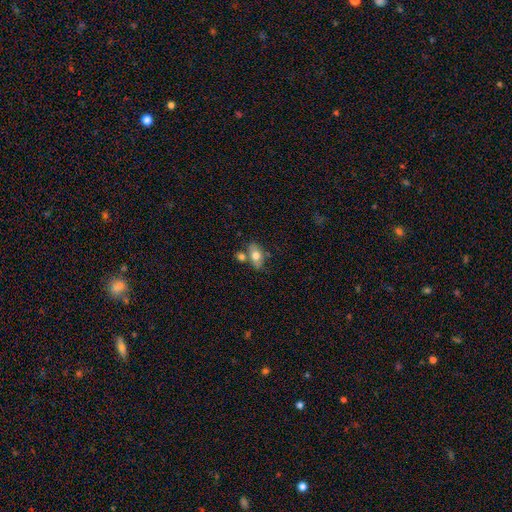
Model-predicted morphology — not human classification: This is likely a smooth galaxy (69%). How rounded: clearly in between (85%). Merging: possibly none (57%).